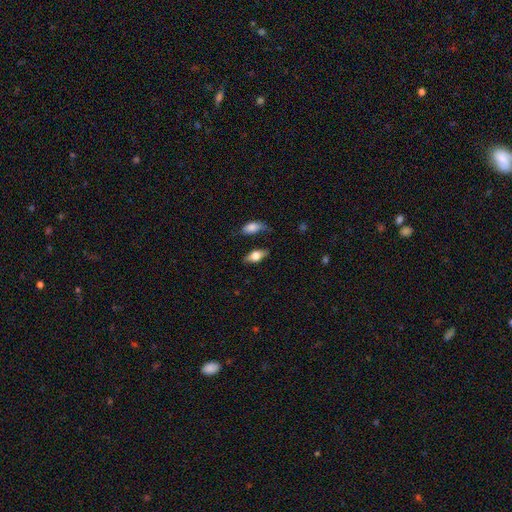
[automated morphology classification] Smooth or featured?
  - smooth: 61% *
  - featured or disk: 31%
  - star or artifact: 8%
How rounded?
  - in between: 81% *
  - cigar-shaped: 14%
  - round: 6%
Merging?
  - none: 73% *
  - minor disturbance: 17%
  - major disturbance: 5%
  - merger: 5%